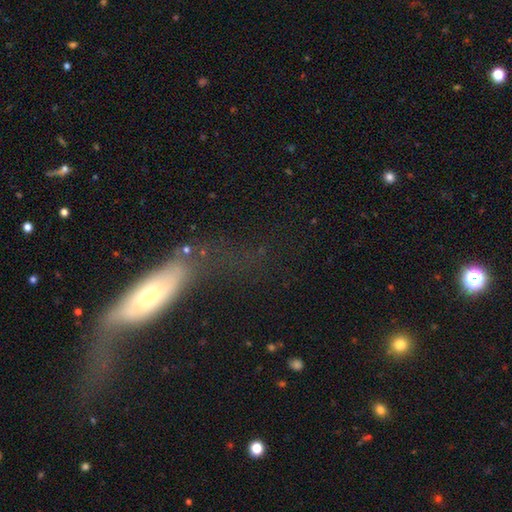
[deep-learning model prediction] A smooth galaxy with no disk features (45%). Merging: major disturbance (43%).